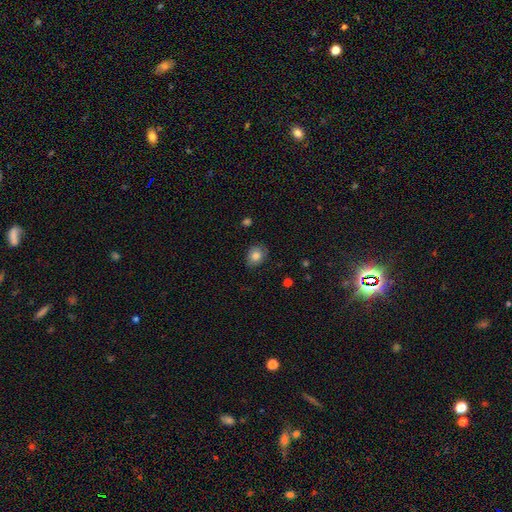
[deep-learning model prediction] A smooth galaxy with no disk features (81%) that is round (52%).

Vote fractions:
- Smooth or featured? smooth: 81% / featured or disk: 11% / star or artifact: 9%
- How rounded? round: 52% / in between: 47% / cigar-shaped: 1%
- Merging? none: 79% / minor disturbance: 16% / major disturbance: 3% / merger: 1%